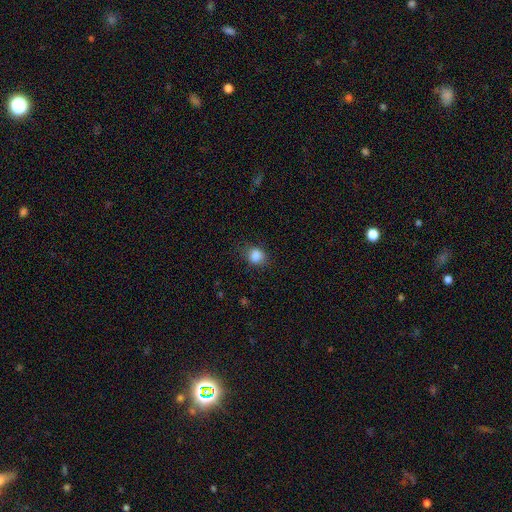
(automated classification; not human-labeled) The model was most divided on "how rounded": round: 58%, in between: 41%, cigar-shaped: 1%. More confident: smooth or featured — smooth (85%); merging — none (74%).